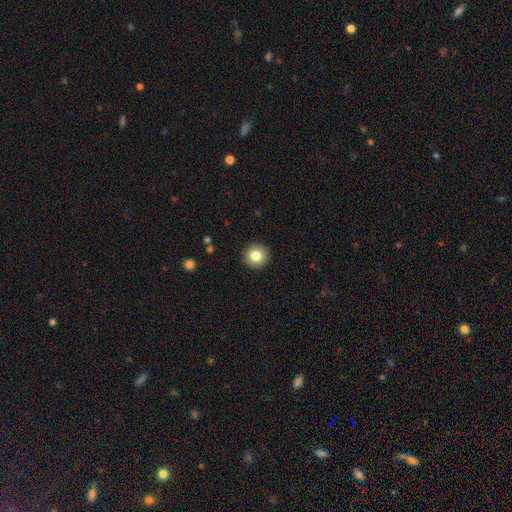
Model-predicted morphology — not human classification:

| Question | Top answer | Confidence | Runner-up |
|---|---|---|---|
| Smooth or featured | smooth | 82% | star or artifact (9%) |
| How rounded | round | 95% | in between (4%) |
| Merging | none | 93% | minor disturbance (4%) |